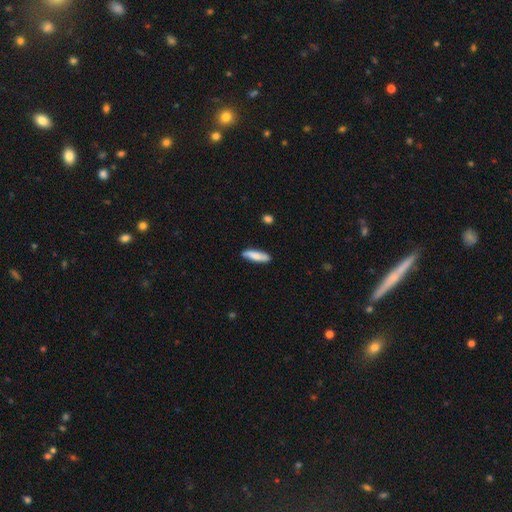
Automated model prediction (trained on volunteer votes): Smooth or featured: smooth — 78% (featured or disk — 16%)
How rounded: cigar-shaped — 65% (in between — 33%)
Merging: none — 85% (minor disturbance — 11%)